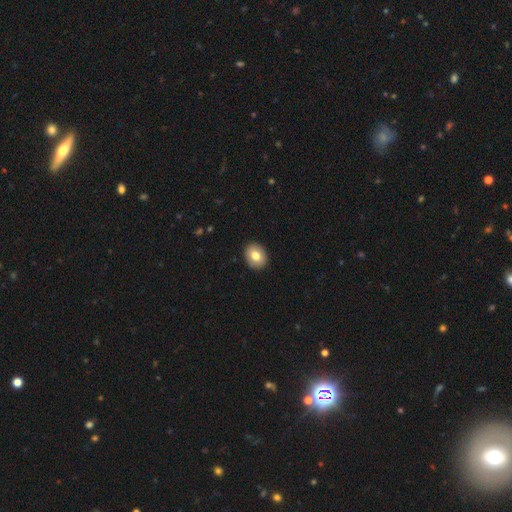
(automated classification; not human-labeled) A smooth galaxy with no disk features (79%) that is round (51%). Merging: none (92%).